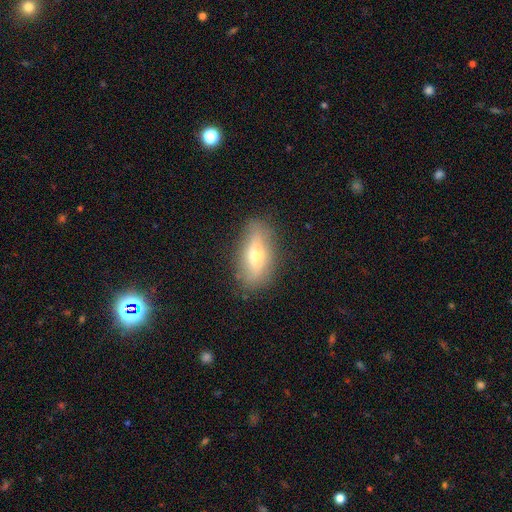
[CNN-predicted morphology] Smooth or featured?
  - smooth: 52% *
  - featured or disk: 40%
  - star or artifact: 8%
How rounded?
  - in between: 74% *
  - cigar-shaped: 21%
  - round: 5%
Merging?
  - none: 80% *
  - minor disturbance: 15%
  - major disturbance: 4%
  - merger: 1%